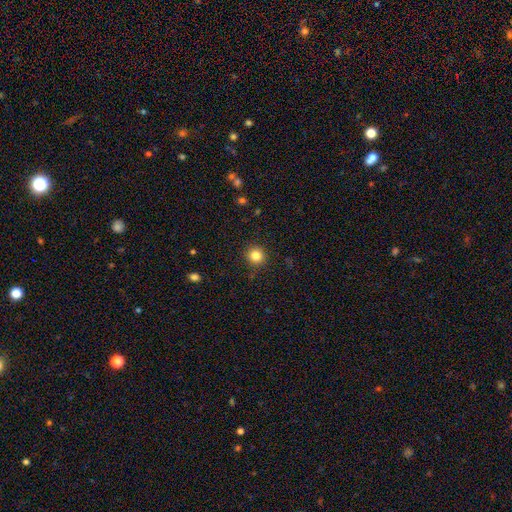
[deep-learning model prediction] Overall: smooth (83%). How rounded: round (93%). Merging: none (91%).